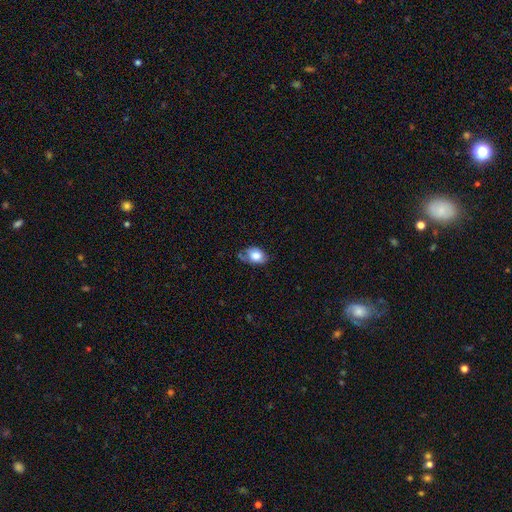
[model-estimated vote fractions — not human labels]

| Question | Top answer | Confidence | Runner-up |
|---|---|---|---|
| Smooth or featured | smooth | 77% | featured or disk (14%) |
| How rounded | in between | 76% | round (23%) |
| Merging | none | 49% | minor disturbance (37%) |